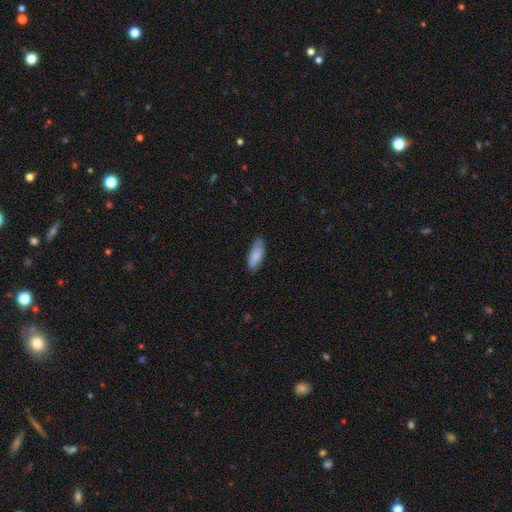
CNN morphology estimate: Smooth or featured?
  - smooth: 84% *
  - featured or disk: 10%
  - star or artifact: 6%
How rounded?
  - in between: 73% *
  - cigar-shaped: 26%
  - round: 2%
Merging?
  - none: 81% *
  - minor disturbance: 15%
  - major disturbance: 2%
  - merger: 1%